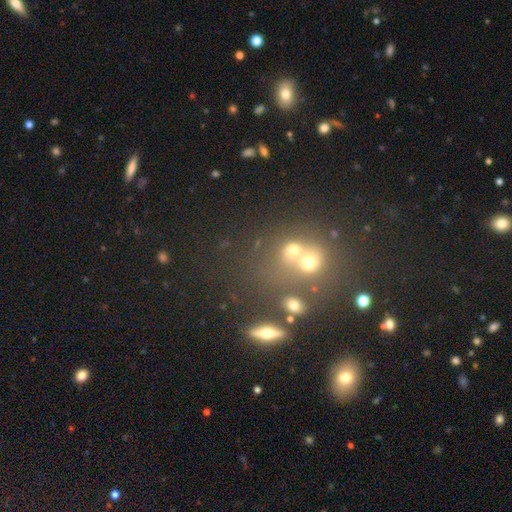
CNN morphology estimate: A star or artifact, not a galaxy (48%).